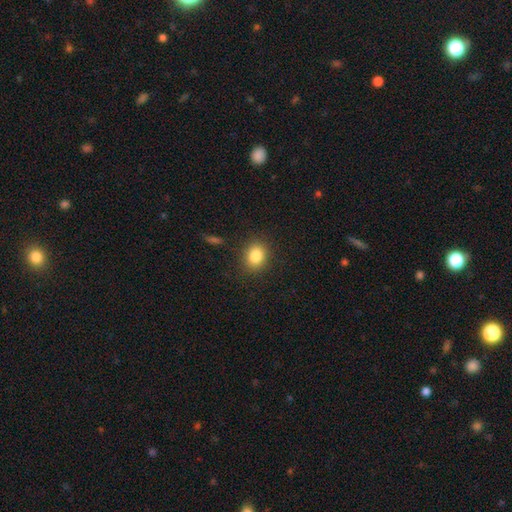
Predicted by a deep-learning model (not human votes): This is clearly a smooth galaxy (84%). How rounded: possibly round (58%). Merging: clearly none (87%).